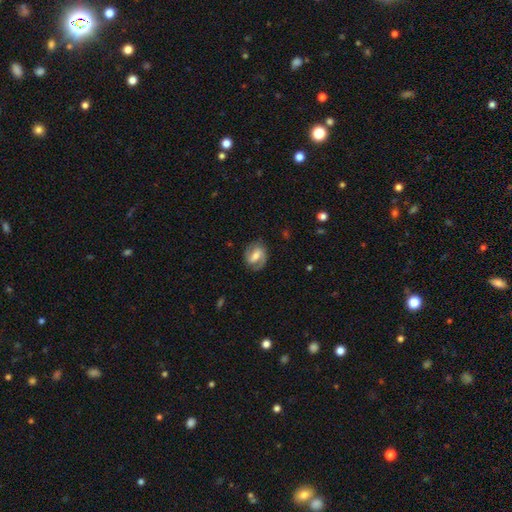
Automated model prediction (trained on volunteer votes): Overall: featured or disk (66%; smooth 27%). Edge-on disk: no (97%). Bar: weak (43%; strong 40%). Spiral arms: yes (86%). Spiral arm count: 2 (84%). Spiral winding: medium (46%; tight 29%). Bulge size: moderate (51%; small 27%). Merging: none (78%).